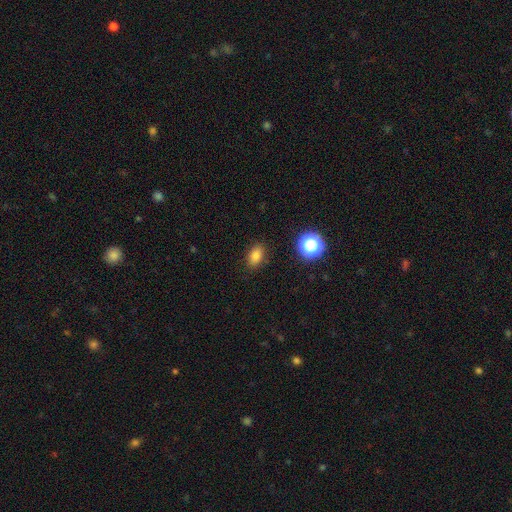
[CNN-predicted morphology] Smooth or featured? Predicted: smooth (p=0.80). How rounded? Predicted: in between (p=0.82). Merging? Predicted: none (p=0.87).